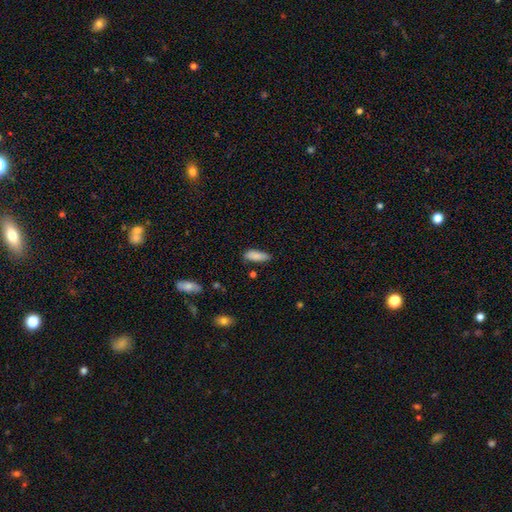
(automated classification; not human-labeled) A smooth galaxy with no disk features (86%) that is in between round and cigar-shaped (65%). Merging: none (72%).